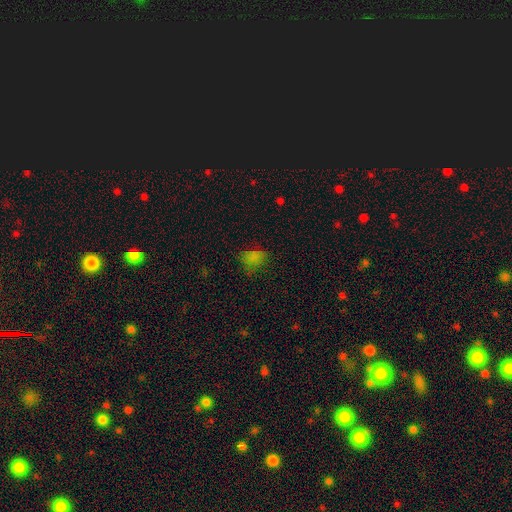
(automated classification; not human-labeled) Smooth or featured?
  - smooth: 68% *
  - star or artifact: 24%
  - featured or disk: 8%
How rounded?
  - in between: 64% *
  - round: 33%
  - cigar-shaped: 2%
Merging?
  - none: 64% *
  - minor disturbance: 22%
  - major disturbance: 12%
  - merger: 2%